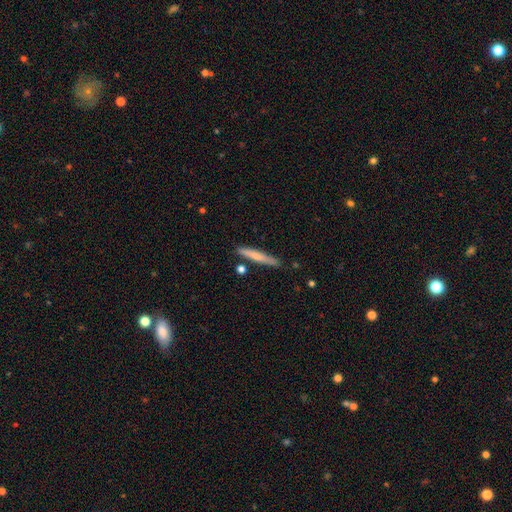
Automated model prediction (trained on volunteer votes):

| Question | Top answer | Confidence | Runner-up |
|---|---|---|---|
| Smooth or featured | smooth | 64% | featured or disk (30%) |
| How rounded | cigar-shaped | 95% | in between (4%) |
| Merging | none | 84% | minor disturbance (11%) |